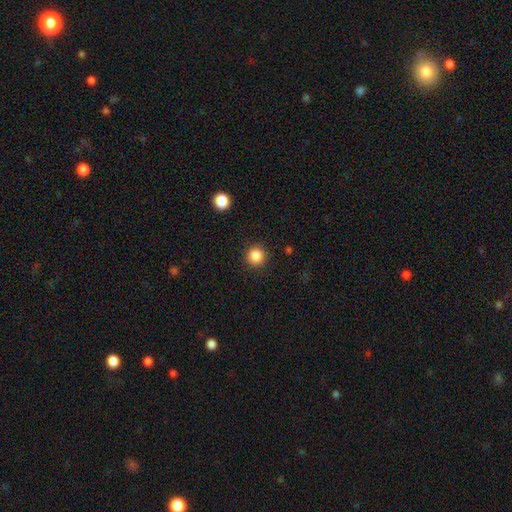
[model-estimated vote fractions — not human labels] This is clearly a smooth galaxy (86%). How rounded: clearly round (94%). Merging: clearly none (91%).